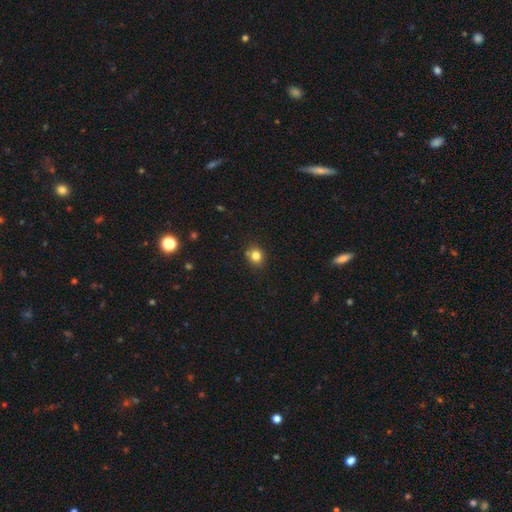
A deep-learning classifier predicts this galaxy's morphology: A smooth galaxy with no disk features (81%) that is round (74%).

Vote fractions:
- Smooth or featured? smooth: 81% / star or artifact: 12% / featured or disk: 7%
- How rounded? round: 74% / in between: 25% / cigar-shaped: 1%
- Merging? none: 79% / minor disturbance: 13% / merger: 5% / major disturbance: 3%